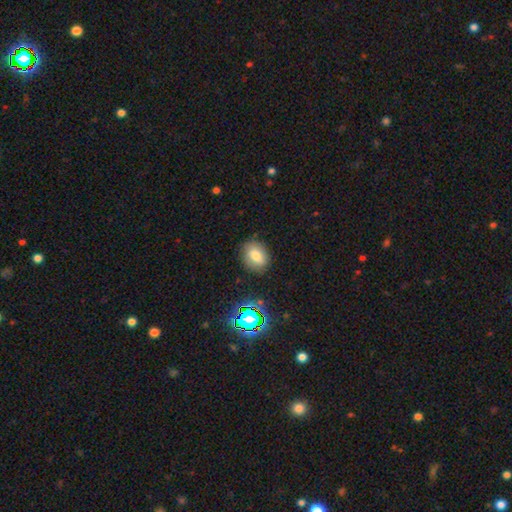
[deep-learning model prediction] This appears to be a smooth galaxy with no disk features (74%) that is in between round and cigar-shaped (64%). Merging: none (83%).